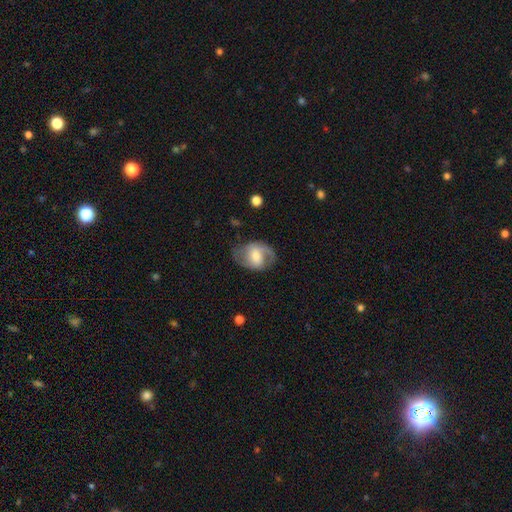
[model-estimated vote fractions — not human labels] Smooth or featured?
  - featured or disk: 67% *
  - smooth: 27%
  - star or artifact: 6%
Edge-on disk?
  - no: 97% *
  - yes: 3%
Bar?
  - weak: 48% *
  - no: 32%
  - strong: 20%
Spiral arms?
  - yes: 86% *
  - no: 14%
Spiral winding?
  - medium: 49% *
  - loose: 30%
  - tight: 21%
Spiral arm count?
  - 2: 82% *
  - can't tell: 8%
  - 1: 7%
  - 3: 1%
  - 4: 1%
  - more than 4: 1%
Bulge size?
  - moderate: 52% *
  - small: 32%
  - large: 10%
  - none: 3%
  - dominant: 2%
Merging?
  - none: 70% *
  - minor disturbance: 19%
  - major disturbance: 10%
  - merger: 1%